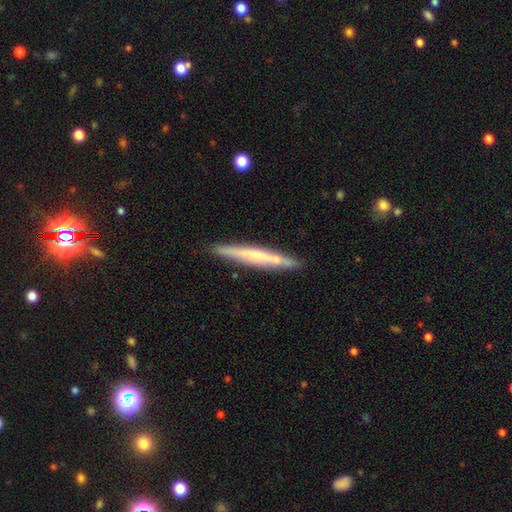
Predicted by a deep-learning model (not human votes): Smooth or featured: featured or disk — 52% (smooth — 43%)
Edge-on disk: yes — 95% (no — 5%)
Merging: none — 84% (minor disturbance — 11%)